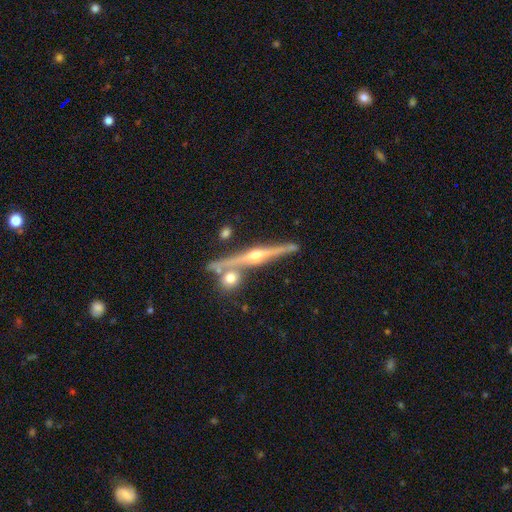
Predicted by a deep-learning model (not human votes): Morphology: type=featured or disk (87%); edge-on=yes (98%); edge-on bulge=rounded (94%); merging=none (79%).